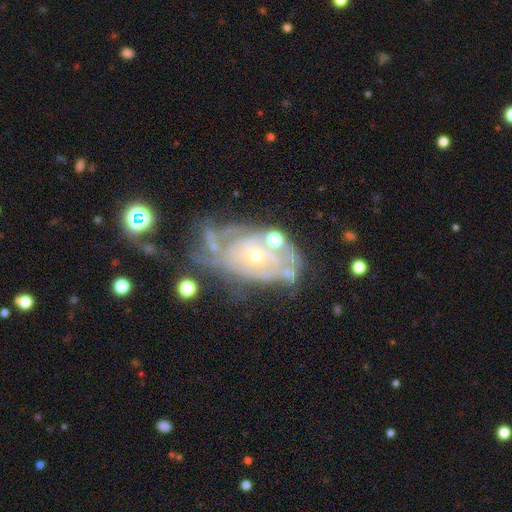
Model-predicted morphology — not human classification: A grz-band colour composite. It shows a featured or disk galaxy (81%) with no bar (80%), tight (66%) spiral arms (82%) and a small central bulge (69%). Merging: none (40%).